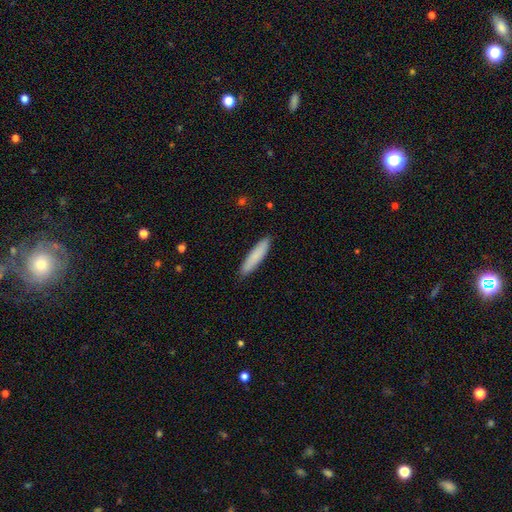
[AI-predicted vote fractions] Smooth or featured? smooth (82%)
How rounded? cigar-shaped (84%)
Merging? none (89%)